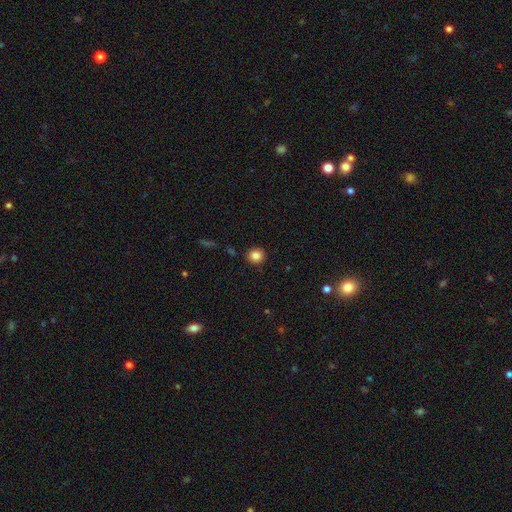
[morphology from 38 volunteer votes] type=smooth (89%); roundness=round (94%); merging=none (92%).